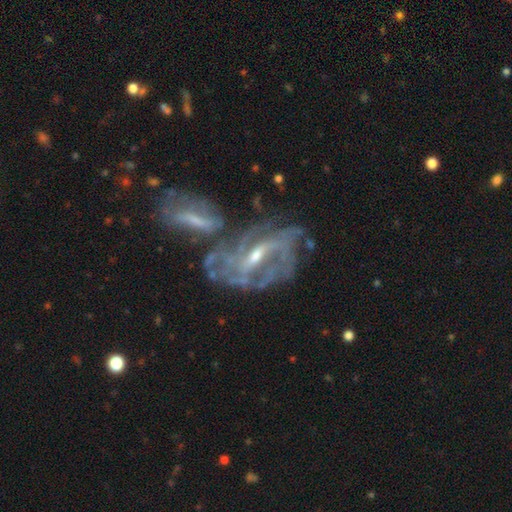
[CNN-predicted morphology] The model was most divided on "merging": none: 40%, merger: 34%, minor disturbance: 15%, major disturbance: 11%. Remaining: edge-on disk — no (94%); spiral arms — yes (90%); smooth or featured — featured or disk (84%); bulge size — small (55%); spiral winding — tight (46%); bar — weak (45%); spiral arm count — can't tell (38%).